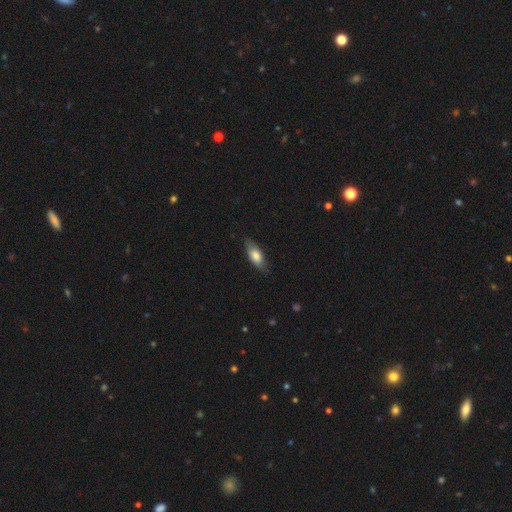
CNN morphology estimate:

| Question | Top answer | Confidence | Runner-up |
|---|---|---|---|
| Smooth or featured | smooth | 74% | featured or disk (20%) |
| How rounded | in between | 79% | cigar-shaped (18%) |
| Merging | none | 79% | minor disturbance (17%) |